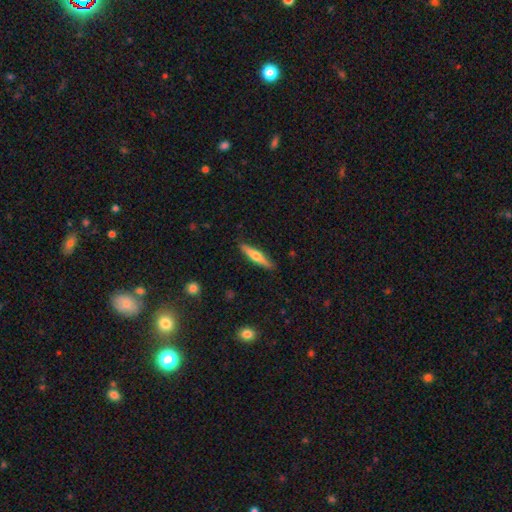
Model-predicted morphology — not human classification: Q: Smooth or featured?
A: featured or disk (47%); tied with: smooth (47%)
Q: Merging?
A: none (89%); runner-up: minor disturbance (8%)